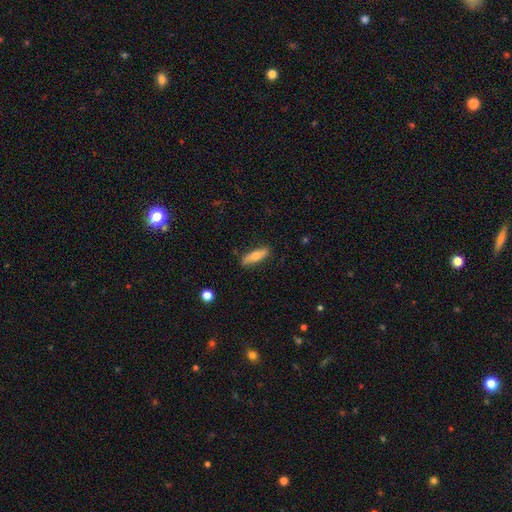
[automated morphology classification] Q: Smooth or featured?
A: smooth (62%); runner-up: featured or disk (31%)
Q: How rounded?
A: cigar-shaped (57%); runner-up: in between (41%)
Q: Merging?
A: none (85%); runner-up: minor disturbance (12%)